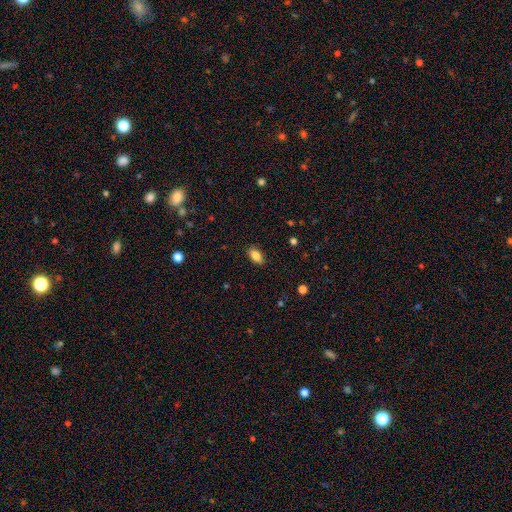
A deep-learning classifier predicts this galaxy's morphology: The model was most divided on "smooth or featured": smooth: 85%, star or artifact: 8%, featured or disk: 7%. More confident: how rounded — in between (90%); merging — none (87%).